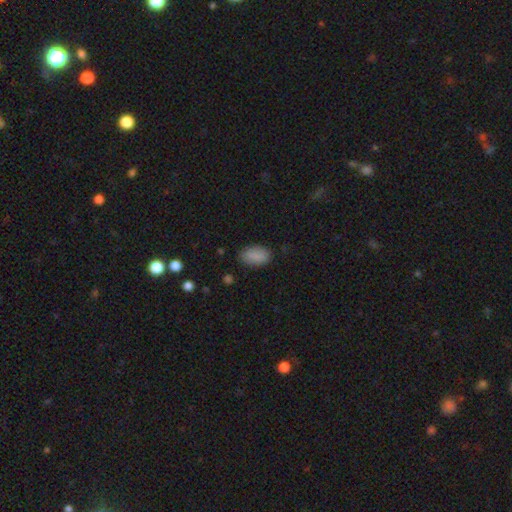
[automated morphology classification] This is clearly a smooth galaxy (88%). How rounded: clearly in between (93%). Merging: clearly none (81%).